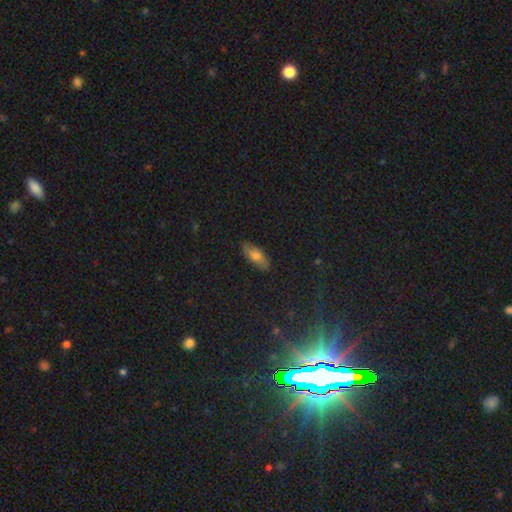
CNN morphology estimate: Smooth or featured? Predicted: smooth (p=0.69). How rounded? Predicted: in between (p=0.72). Merging? Predicted: none (p=0.86).